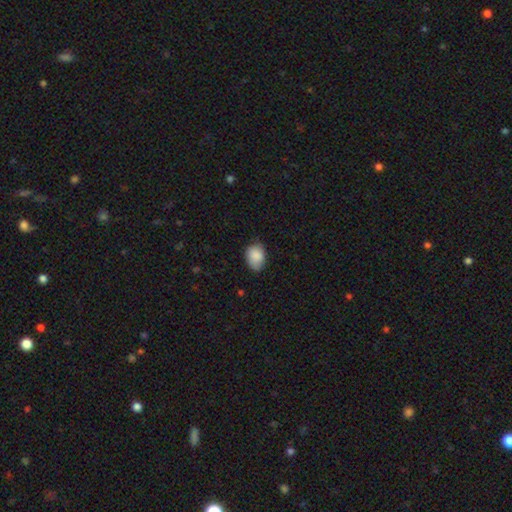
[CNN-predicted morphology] This is clearly a smooth galaxy (87%). How rounded: likely in between (77%). Merging: likely none (69%).